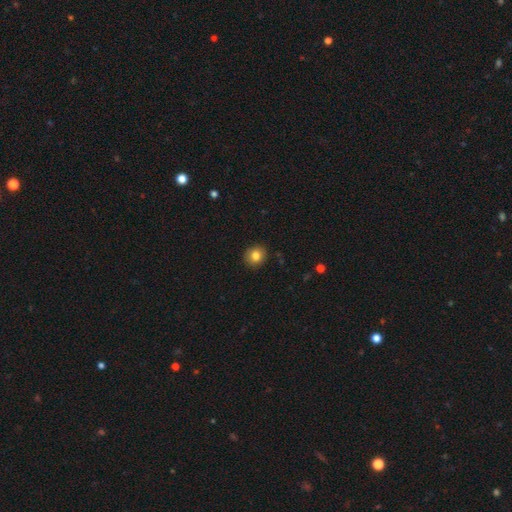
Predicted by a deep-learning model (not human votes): smooth 81%, star or artifact 10%, featured or disk 9%. Down the decision tree: how rounded — round (83%); merging — none (91%).